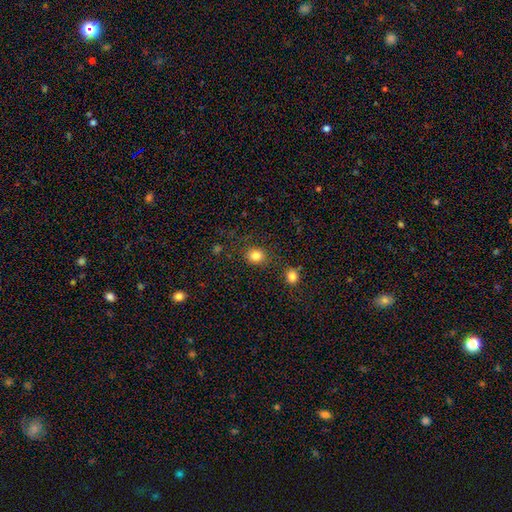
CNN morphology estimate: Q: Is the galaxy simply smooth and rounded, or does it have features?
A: smooth — 83%.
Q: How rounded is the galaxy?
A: round — 73%.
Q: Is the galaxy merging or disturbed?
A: none — 82%.